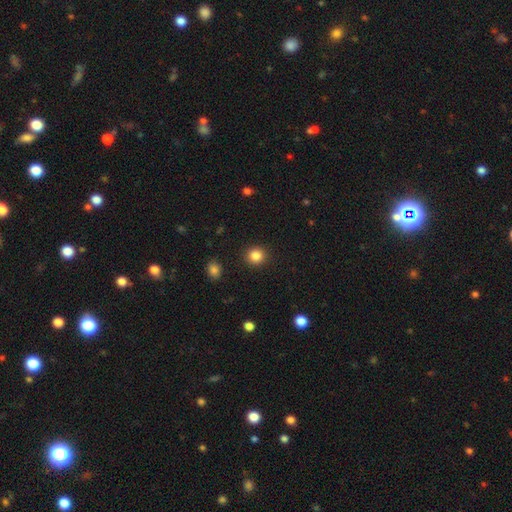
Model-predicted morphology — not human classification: A smooth galaxy with no disk features (85%) that is round (91%).

Vote fractions:
- Smooth or featured? smooth: 85% / star or artifact: 11% / featured or disk: 4%
- How rounded? round: 91% / in between: 8% / cigar-shaped: 1%
- Merging? none: 91% / minor disturbance: 5% / major disturbance: 2% / merger: 1%